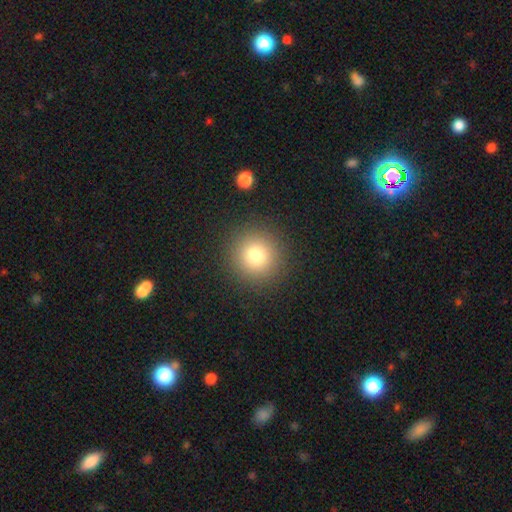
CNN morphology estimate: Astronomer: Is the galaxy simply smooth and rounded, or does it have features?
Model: smooth — 78%.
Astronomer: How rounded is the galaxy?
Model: round — 95%.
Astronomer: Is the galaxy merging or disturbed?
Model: none — 90%.